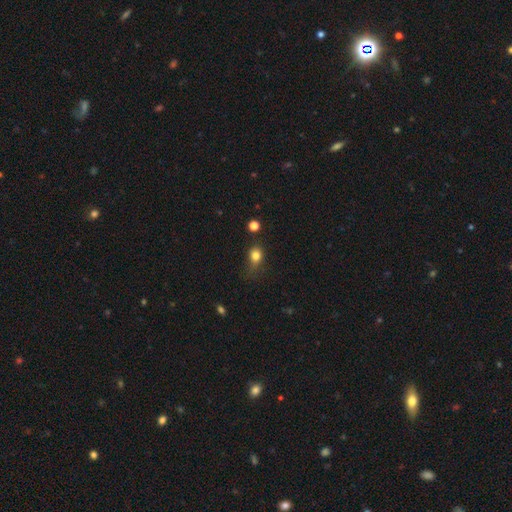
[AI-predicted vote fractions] Smooth or featured?
  - smooth: 80% *
  - star or artifact: 13%
  - featured or disk: 7%
How rounded?
  - round: 55% *
  - in between: 43%
  - cigar-shaped: 2%
Merging?
  - none: 51% *
  - minor disturbance: 31%
  - major disturbance: 15%
  - merger: 3%